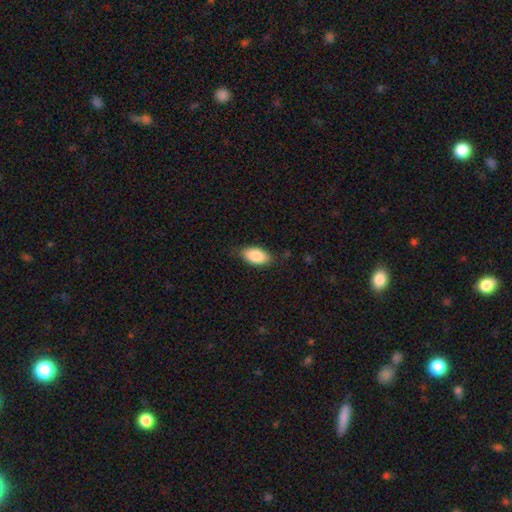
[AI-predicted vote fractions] The model was most divided on "merging": none: 79%, minor disturbance: 16%, major disturbance: 3%, merger: 1%. More confident: how rounded — in between (94%); smooth or featured — smooth (85%).